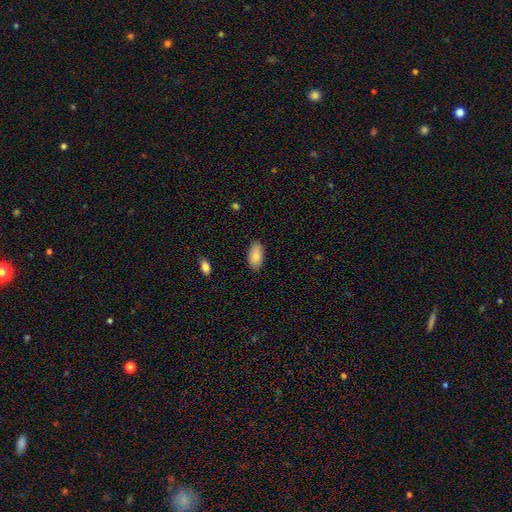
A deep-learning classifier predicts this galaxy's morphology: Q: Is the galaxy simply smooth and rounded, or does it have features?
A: smooth — 86%.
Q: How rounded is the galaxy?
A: in between — 93%.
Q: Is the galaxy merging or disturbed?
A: none — 85%.